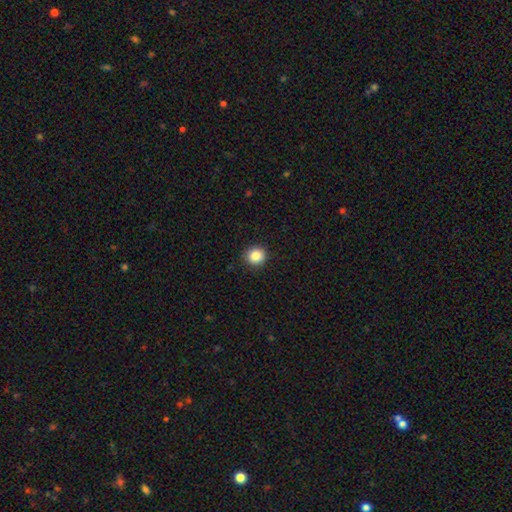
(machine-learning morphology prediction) type=smooth (86%); roundness=round (92%); merging=none (92%).